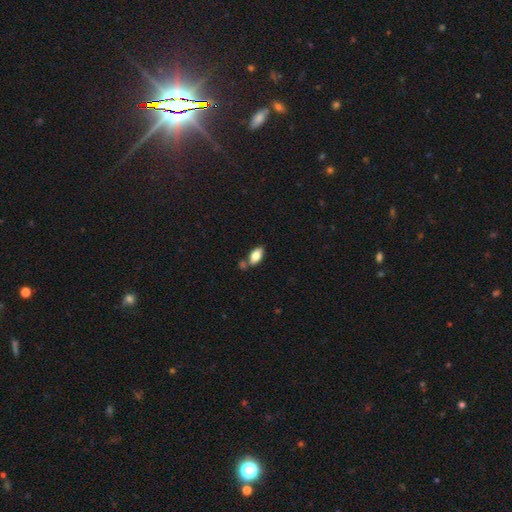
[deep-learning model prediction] Smooth or featured?
  - smooth: 78% *
  - featured or disk: 15%
  - star or artifact: 7%
How rounded?
  - in between: 91% *
  - cigar-shaped: 6%
  - round: 3%
Merging?
  - none: 66% *
  - merger: 15%
  - minor disturbance: 15%
  - major disturbance: 3%